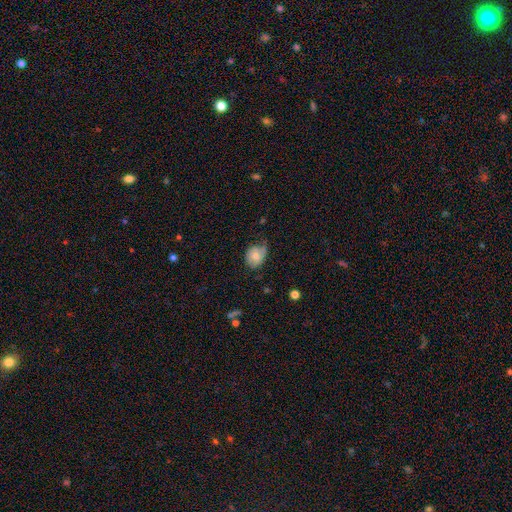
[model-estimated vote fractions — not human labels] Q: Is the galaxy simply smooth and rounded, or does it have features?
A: smooth — 66%.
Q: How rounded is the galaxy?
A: round — 53%.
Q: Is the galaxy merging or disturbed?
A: none — 44%.